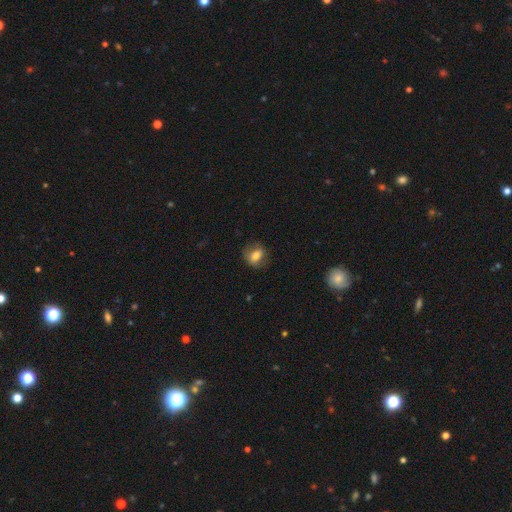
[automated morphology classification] smooth-or-featured: smooth: 67% | featured or disk: 24% | star or artifact: 9%
  how-rounded: in between: 61% | round: 37% | cigar-shaped: 3%
  merging: none: 72% | minor disturbance: 19% | major disturbance: 8% | merger: 1%